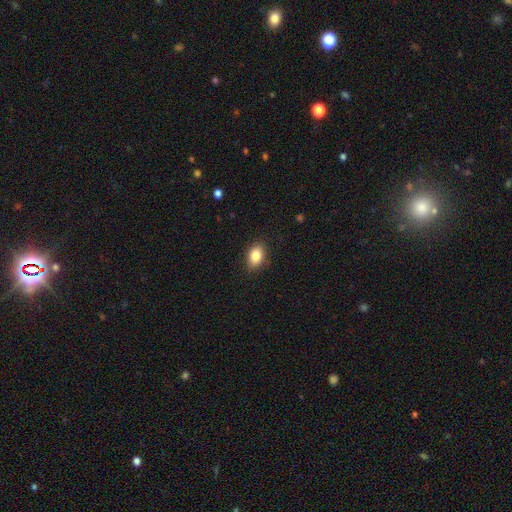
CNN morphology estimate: Q: Smooth or featured?
A: smooth (86%); runner-up: star or artifact (8%)
Q: How rounded?
A: in between (86%); runner-up: round (12%)
Q: Merging?
A: none (87%); runner-up: minor disturbance (10%)